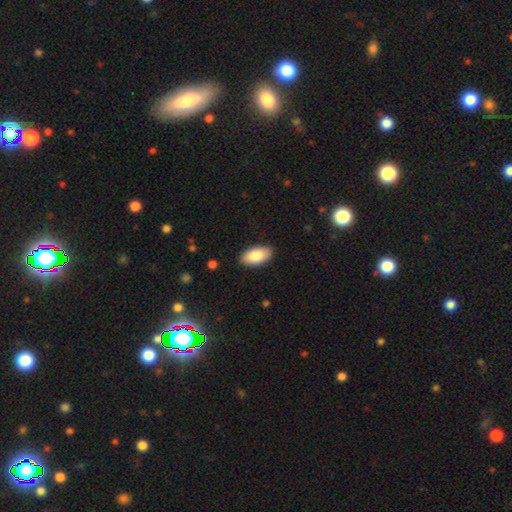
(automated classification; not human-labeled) Smooth or featured? smooth (85%)
How rounded? in between (95%)
Merging? none (88%)